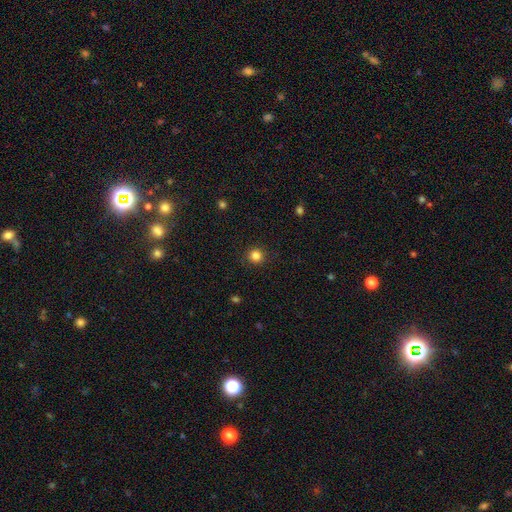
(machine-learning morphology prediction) smooth 84%, star or artifact 12%, featured or disk 4%. Down the decision tree: how rounded — round (95%); merging — none (92%).